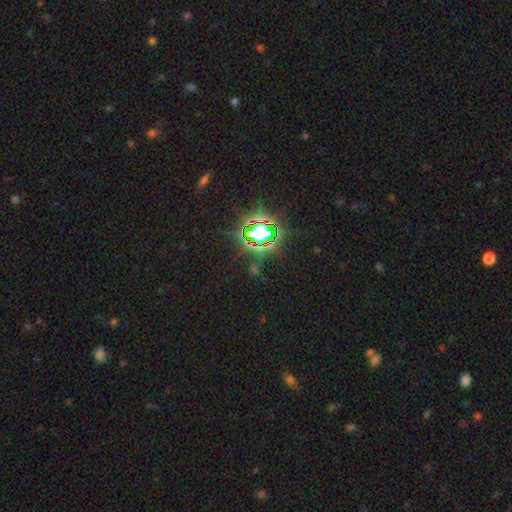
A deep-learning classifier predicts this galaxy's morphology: smooth-or-featured: star or artifact: 79% | smooth: 14% | featured or disk: 7%